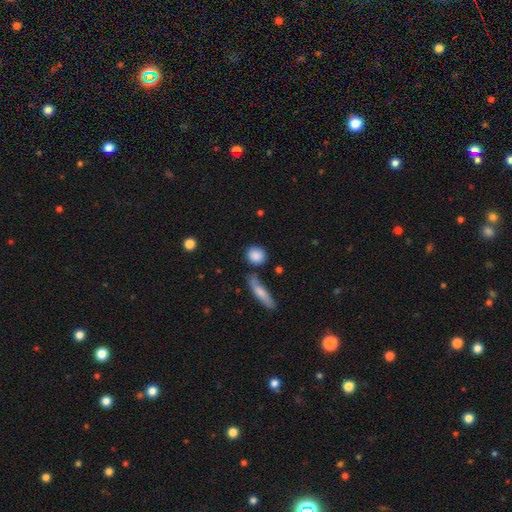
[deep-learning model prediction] This is clearly a smooth galaxy (85%). How rounded: likely round (75%). Merging: likely none (75%).